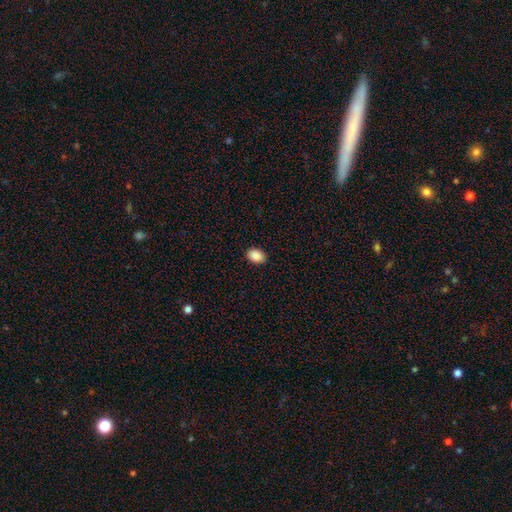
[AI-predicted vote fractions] Q: Smooth or featured?
A: smooth (90%); runner-up: star or artifact (8%)
Q: How rounded?
A: in between (80%); runner-up: round (19%)
Q: Merging?
A: none (89%); runner-up: minor disturbance (8%)